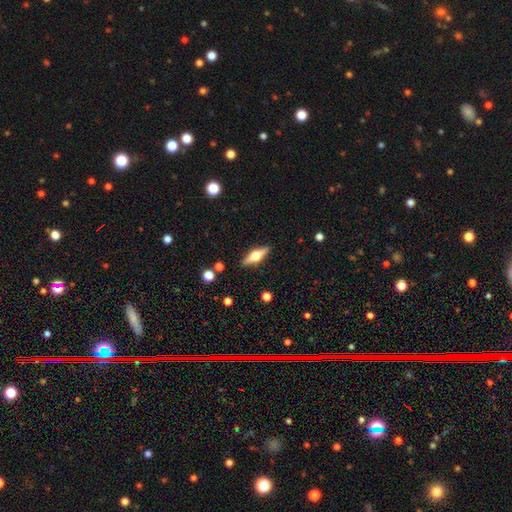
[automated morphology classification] Q: Smooth or featured?
A: featured or disk (58%); runner-up: smooth (36%)
Q: Edge-on disk?
A: yes (94%); runner-up: no (6%)
Q: Edge-on bulge?
A: rounded (95%); runner-up: boxy (4%)
Q: Merging?
A: none (89%); runner-up: minor disturbance (8%)